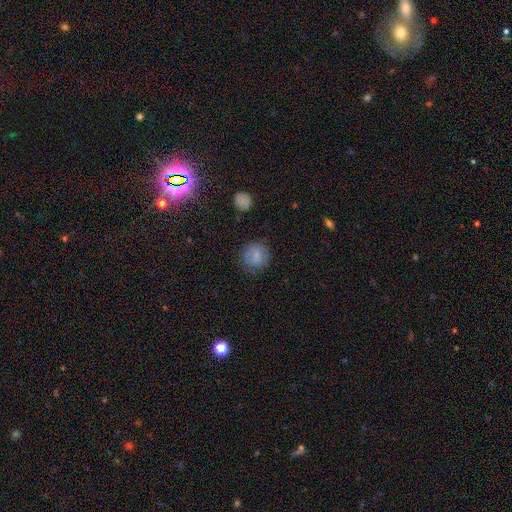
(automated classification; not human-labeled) smooth_or_featured: smooth (p=0.71) [alt: featured or disk p=0.19]
how_rounded: round (p=0.87) [alt: in between p=0.12]
merging: none (p=0.80) [alt: minor disturbance p=0.14]